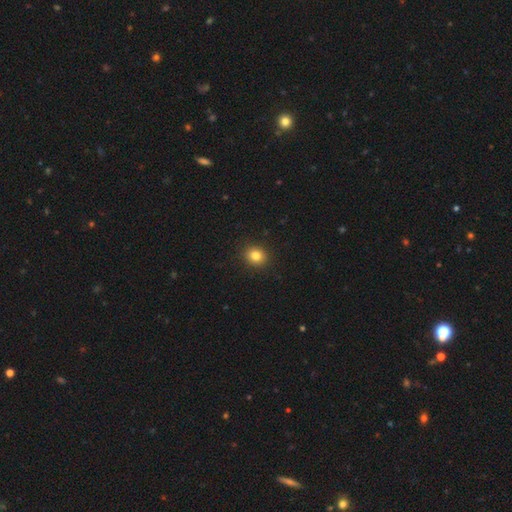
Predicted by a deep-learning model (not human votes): smooth 83%, star or artifact 11%, featured or disk 6%. Down the decision tree: how rounded — round (75%); merging — none (91%).